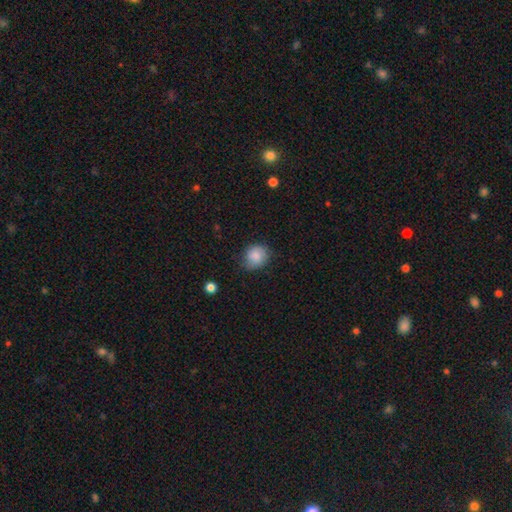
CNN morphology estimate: Smooth or featured? smooth (85%)
How rounded? round (69%)
Merging? none (69%)